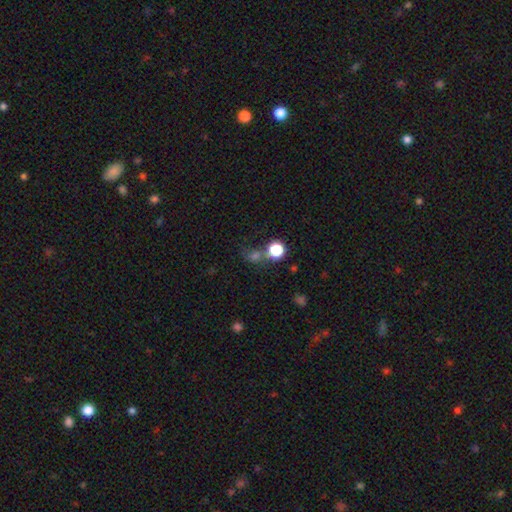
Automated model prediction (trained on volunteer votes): Smooth or featured? smooth (58%)
How rounded? round (80%)
Merging? none (53%)